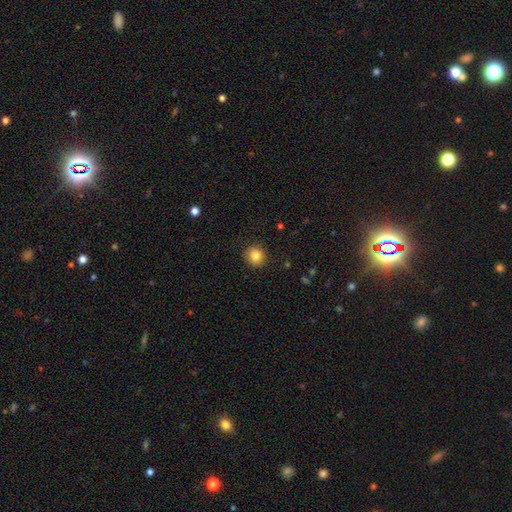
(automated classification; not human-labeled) The model was most divided on "smooth or featured": smooth: 84%, star or artifact: 10%, featured or disk: 6%. More confident: how rounded — round (94%); merging — none (91%).